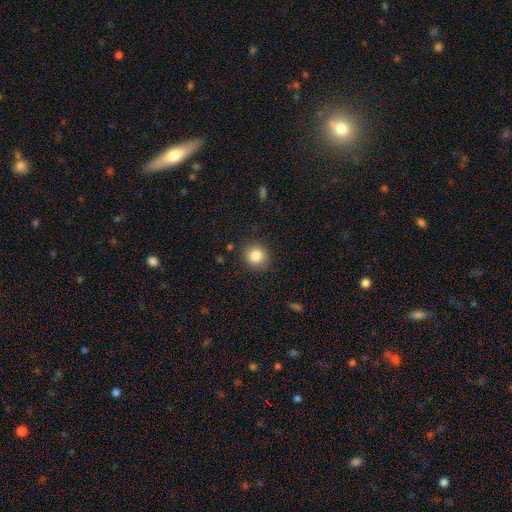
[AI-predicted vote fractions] A smooth galaxy with no disk features (83%) that is round (87%). Merging: none (88%).